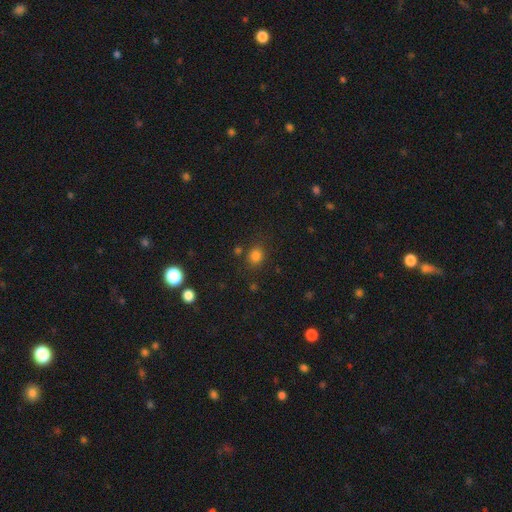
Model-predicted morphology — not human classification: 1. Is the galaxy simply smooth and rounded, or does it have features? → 79% smooth, 15% star or artifact, 5% featured or disk.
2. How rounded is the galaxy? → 67% round, 32% in between, 1% cigar-shaped.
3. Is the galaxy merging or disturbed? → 79% none, 12% minor disturbance, 5% merger, 4% major disturbance.